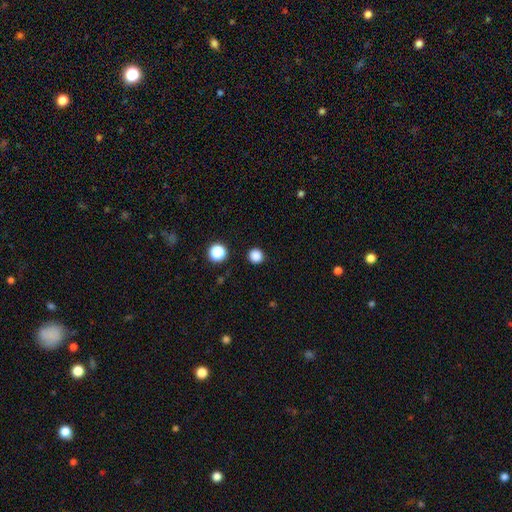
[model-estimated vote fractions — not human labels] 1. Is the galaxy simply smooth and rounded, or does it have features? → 85% smooth, 13% star or artifact, 3% featured or disk.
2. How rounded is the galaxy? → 94% round, 5% in between, 1% cigar-shaped.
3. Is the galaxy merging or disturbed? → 92% none, 5% minor disturbance, 2% major disturbance, 1% merger.